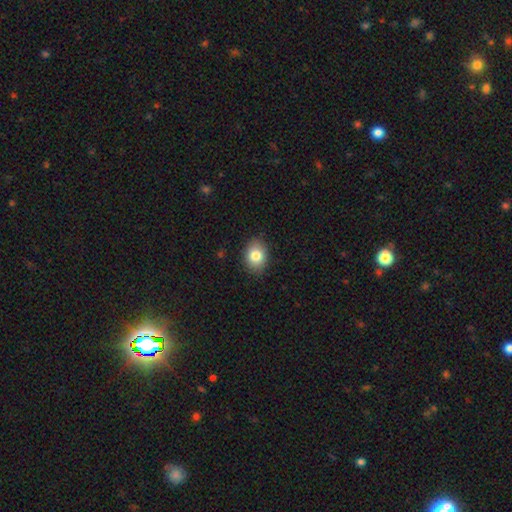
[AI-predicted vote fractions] This is clearly a smooth galaxy (83%). How rounded: possibly in between (59%). Merging: clearly none (87%).